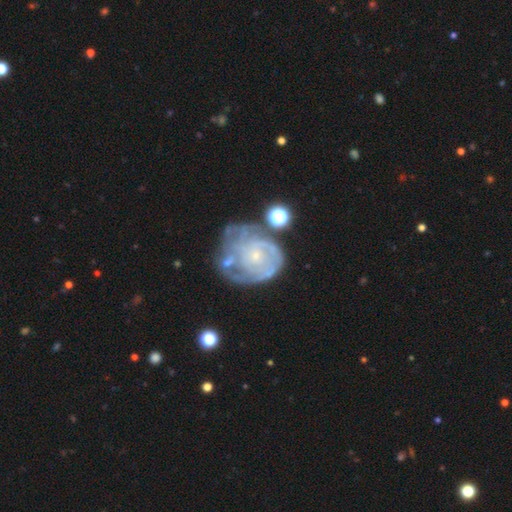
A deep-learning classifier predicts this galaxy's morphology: featured or disk 80%, smooth 13%, star or artifact 8%. Down the decision tree: edge-on disk — no (98%); bar — no (81%); spiral arms — yes (86%); spiral arm count — can't tell (44%); spiral winding — tight (66%); bulge size — small (83%); merging — none (50%).